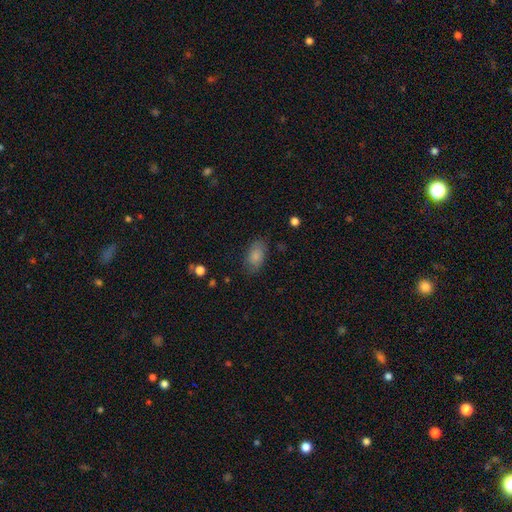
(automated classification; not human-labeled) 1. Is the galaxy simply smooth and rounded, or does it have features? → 81% smooth, 11% featured or disk, 7% star or artifact.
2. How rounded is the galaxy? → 92% in between, 6% round, 2% cigar-shaped.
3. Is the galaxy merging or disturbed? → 76% none, 18% minor disturbance, 5% major disturbance, 1% merger.